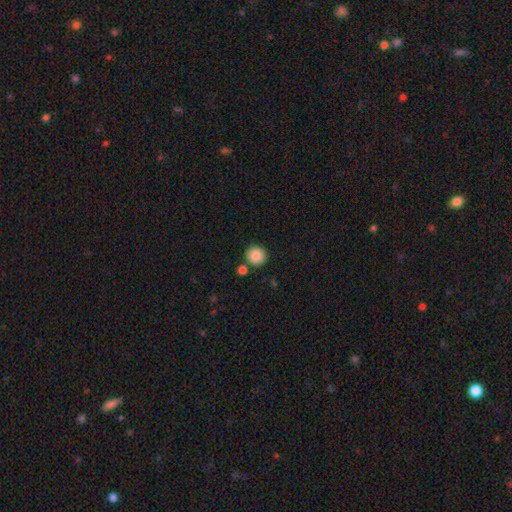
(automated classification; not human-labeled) This appears to be a smooth galaxy with no disk features (88%) that is round (93%). Merging: none (80%).